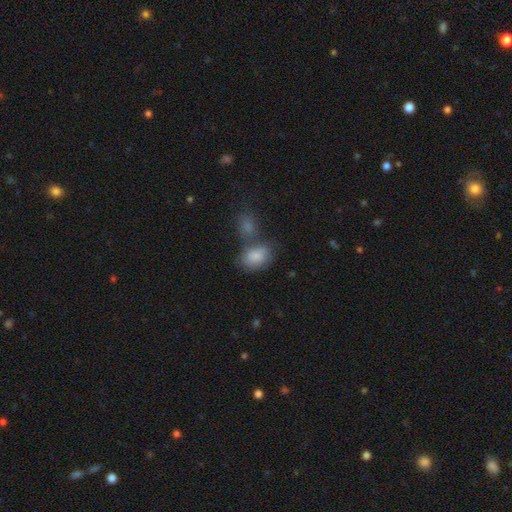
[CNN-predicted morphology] Smooth or featured? Predicted: smooth (p=0.83). How rounded? Predicted: in between (p=0.81). Merging? Predicted: merger (p=0.42).